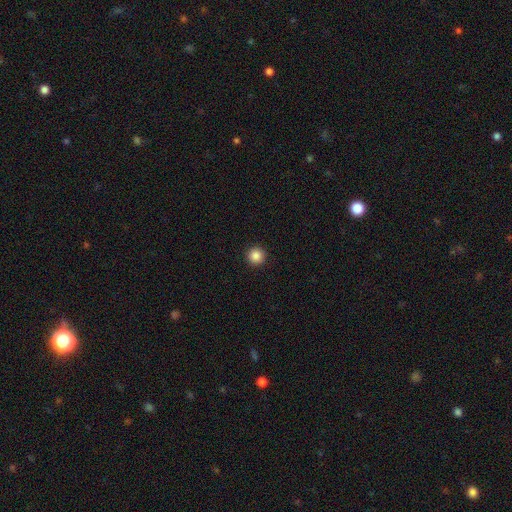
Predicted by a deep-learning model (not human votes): Morphology: type=smooth (87%); roundness=round (97%); merging=none (94%).